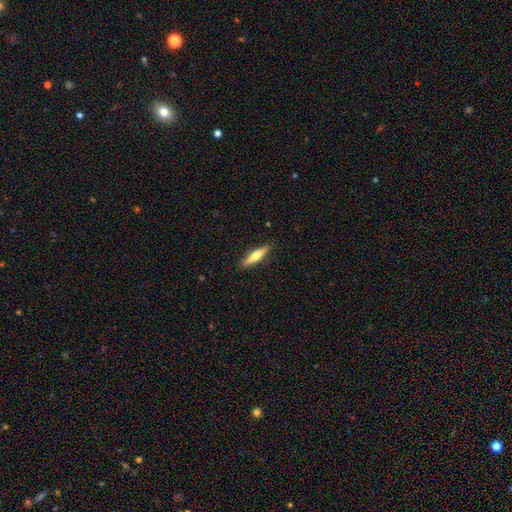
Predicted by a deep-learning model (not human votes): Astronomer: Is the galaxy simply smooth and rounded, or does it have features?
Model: smooth — 54% (runner-up: featured or disk, 41%).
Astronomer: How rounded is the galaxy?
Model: cigar-shaped — 79%.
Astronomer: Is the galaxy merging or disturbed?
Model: none — 89%.